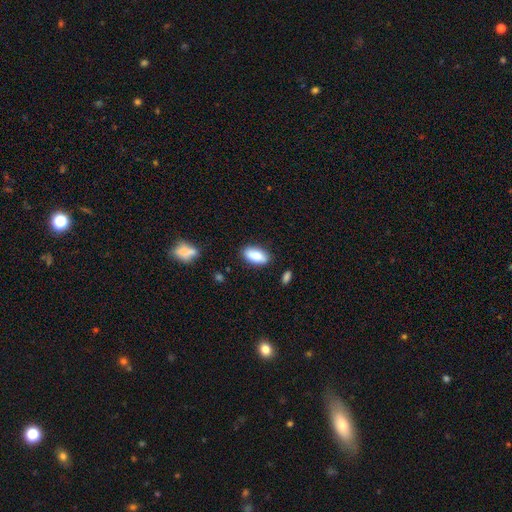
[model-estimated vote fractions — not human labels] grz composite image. It shows a smooth galaxy with no disk features (82%) that is in between round and cigar-shaped (89%). Merging: none (84%).